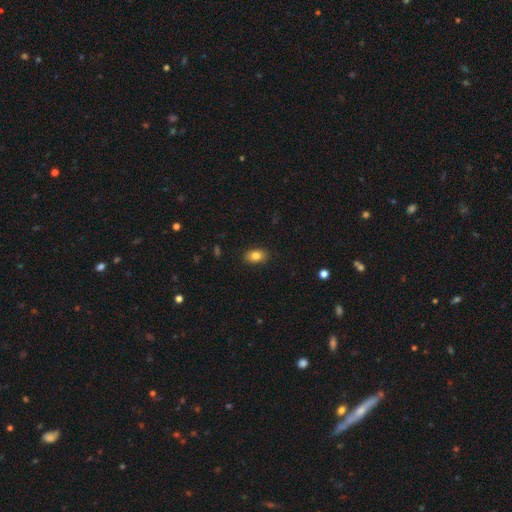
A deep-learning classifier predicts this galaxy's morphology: smooth-or-featured: smooth: 83% | star or artifact: 9% | featured or disk: 8%
  how-rounded: in between: 83% | round: 16% | cigar-shaped: 1%
  merging: none: 88% | minor disturbance: 9% | major disturbance: 2% | merger: 1%